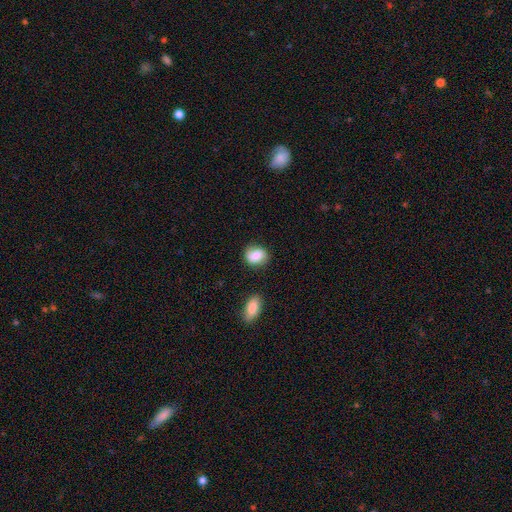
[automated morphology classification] smooth 73%, featured or disk 19%, star or artifact 8%. Down the decision tree: how rounded — round (55%); merging — none (72%).